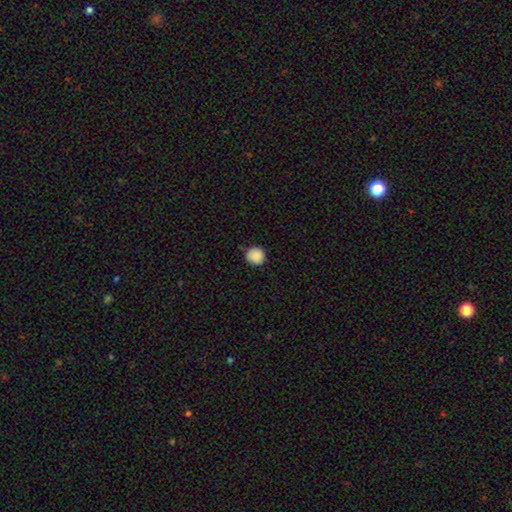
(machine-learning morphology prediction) Q: Smooth or featured?
A: smooth (89%); runner-up: star or artifact (8%)
Q: How rounded?
A: round (92%); runner-up: in between (7%)
Q: Merging?
A: none (84%); runner-up: minor disturbance (12%)